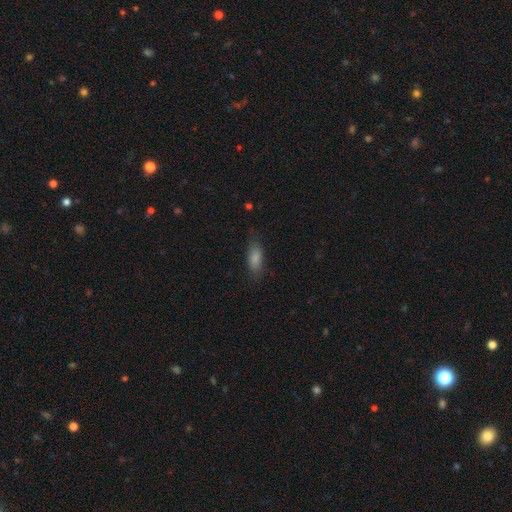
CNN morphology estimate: smooth_or_featured: smooth (p=0.74) [alt: featured or disk p=0.14]
how_rounded: in between (p=0.63) [alt: cigar-shaped p=0.34]
merging: none (p=0.78) [alt: minor disturbance p=0.16]